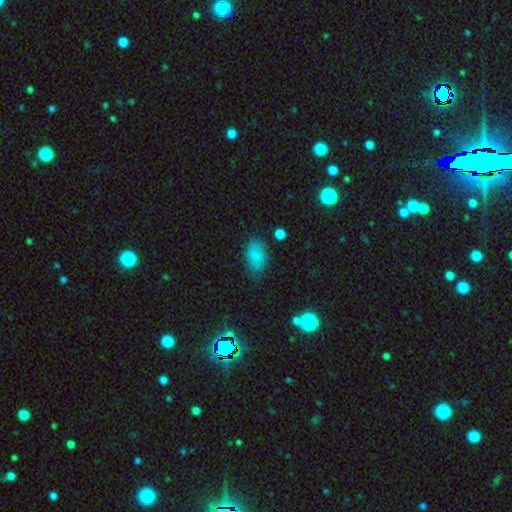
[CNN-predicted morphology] This is clearly a smooth galaxy (81%). How rounded: clearly in between (92%). Merging: likely none (65%).